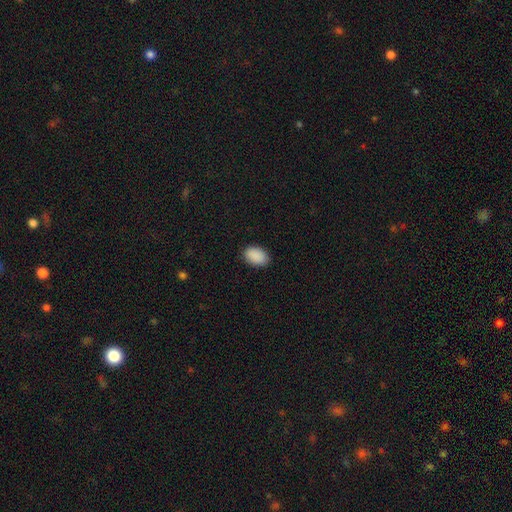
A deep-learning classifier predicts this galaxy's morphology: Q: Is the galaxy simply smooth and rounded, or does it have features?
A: smooth — 91%.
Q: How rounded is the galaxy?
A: in between — 89%.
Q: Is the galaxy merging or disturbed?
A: none — 88%.